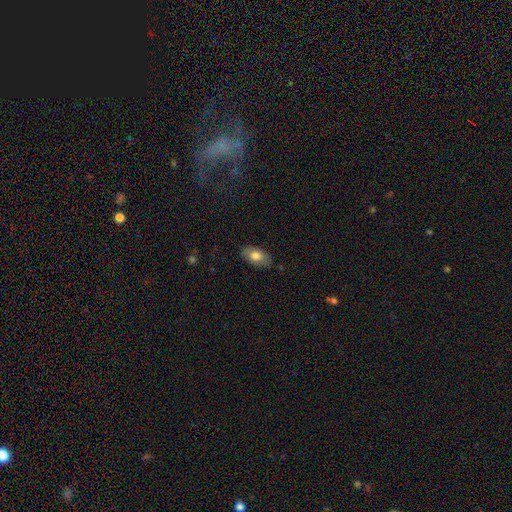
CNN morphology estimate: type=smooth (76%); roundness=in between (93%); merging=none (81%).